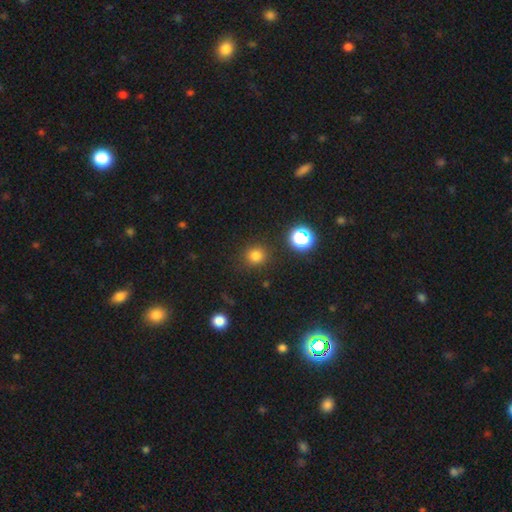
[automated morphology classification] This is likely a smooth galaxy (78%). How rounded: clearly round (90%). Merging: clearly none (88%).